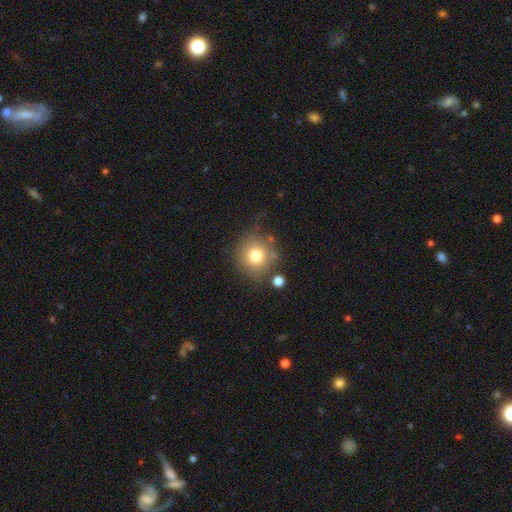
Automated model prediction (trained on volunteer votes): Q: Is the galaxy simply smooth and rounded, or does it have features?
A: smooth — 78%.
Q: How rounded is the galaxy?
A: round — 88%.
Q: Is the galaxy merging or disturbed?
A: none — 75%.